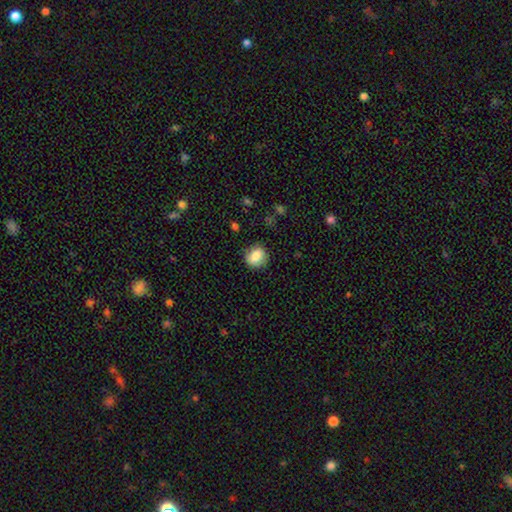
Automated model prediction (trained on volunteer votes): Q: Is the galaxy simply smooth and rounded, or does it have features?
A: smooth — 81%.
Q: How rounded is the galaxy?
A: round — 64%.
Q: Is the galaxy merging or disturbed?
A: none — 82%.